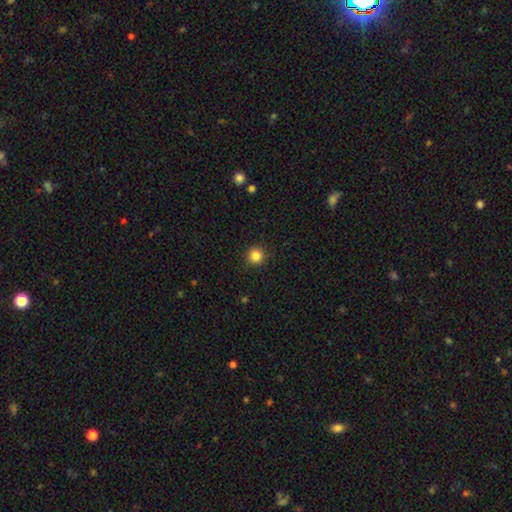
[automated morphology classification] Smooth or featured: smooth — 85% (star or artifact — 11%)
How rounded: round — 95% (in between — 4%)
Merging: none — 92% (minor disturbance — 5%)